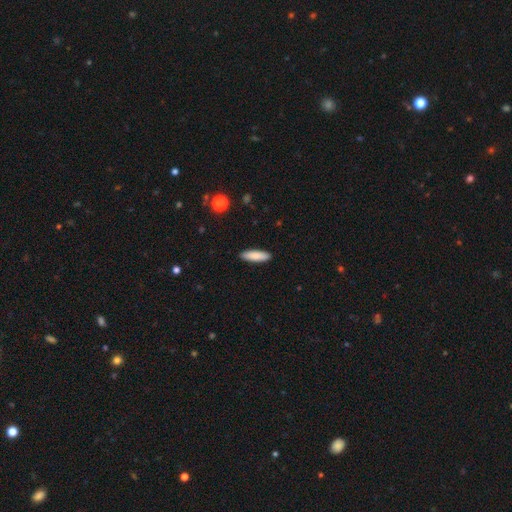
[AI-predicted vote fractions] Morphology: type=smooth (86%); roundness=cigar-shaped (62%); merging=none (90%).